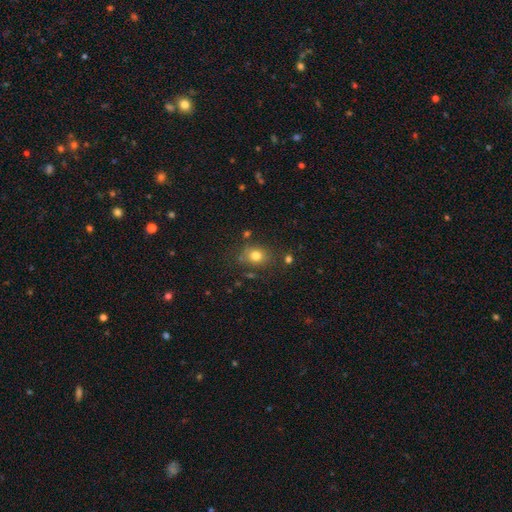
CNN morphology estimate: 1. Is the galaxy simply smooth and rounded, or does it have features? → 77% smooth, 13% star or artifact, 9% featured or disk.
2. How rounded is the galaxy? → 59% round, 40% in between, 1% cigar-shaped.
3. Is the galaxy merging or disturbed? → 76% none, 14% minor disturbance, 5% merger, 5% major disturbance.